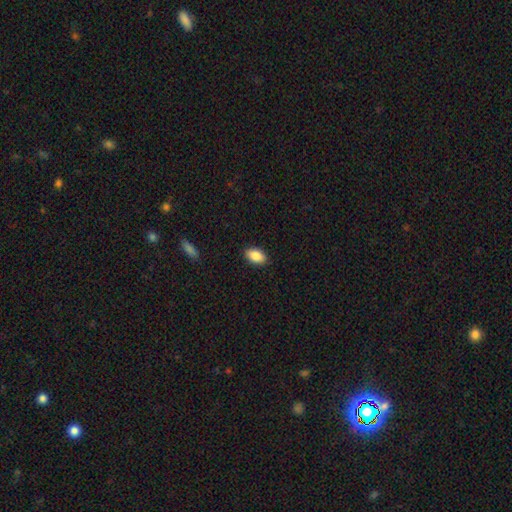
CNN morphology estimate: Smooth or featured? smooth (88%)
How rounded? in between (92%)
Merging? none (89%)